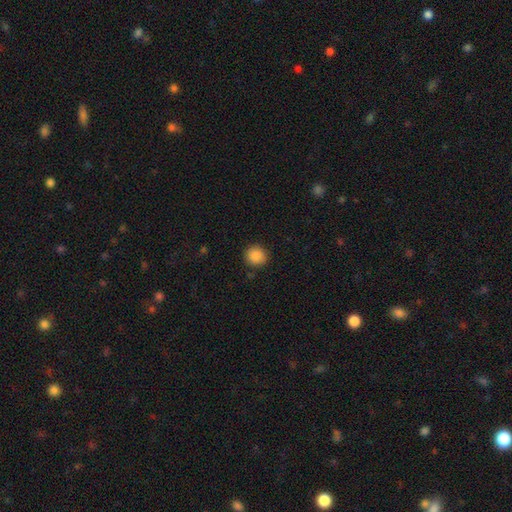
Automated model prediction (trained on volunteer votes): Smooth or featured? smooth (88%)
How rounded? round (91%)
Merging? none (88%)